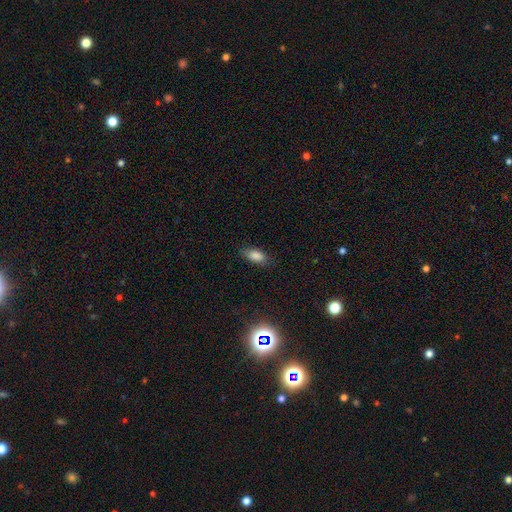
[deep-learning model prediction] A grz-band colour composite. It shows a smooth galaxy with no disk features (83%) that is in between round and cigar-shaped (86%). Merging: none (81%).